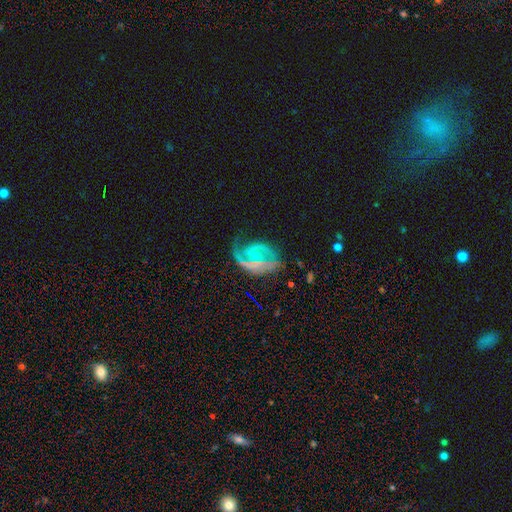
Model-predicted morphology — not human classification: featured or disk 78%, smooth 13%, star or artifact 9%. Down the decision tree: edge-on disk — no (98%); bar — no (48%); spiral arms — yes (87%); spiral arm count — 2 (54%); spiral winding — medium (46%); bulge size — small (49%); merging — none (43%).